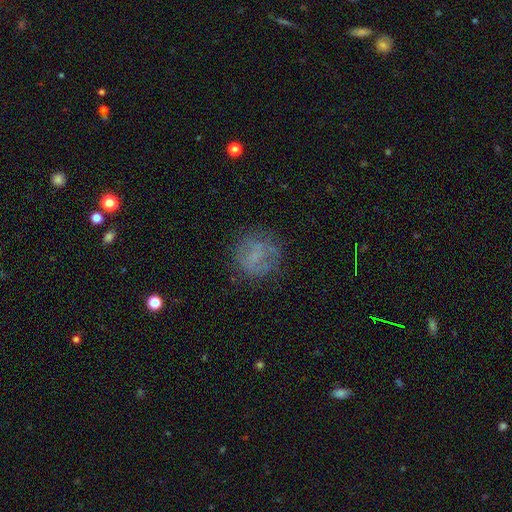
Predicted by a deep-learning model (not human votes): This is possibly a smooth galaxy (50%). Merging: likely none (71%).